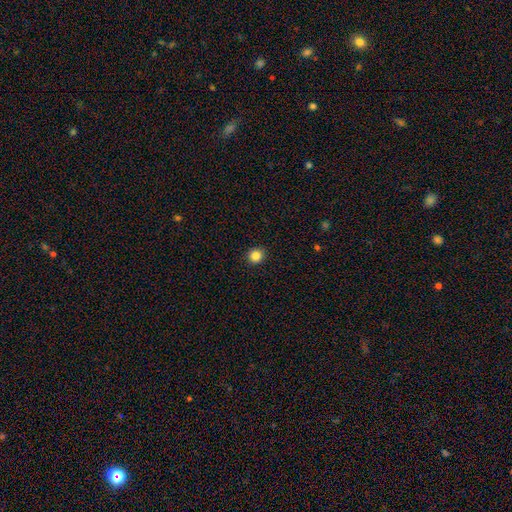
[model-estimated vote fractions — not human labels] Overall: smooth (84%). How rounded: round (89%). Merging: none (92%).